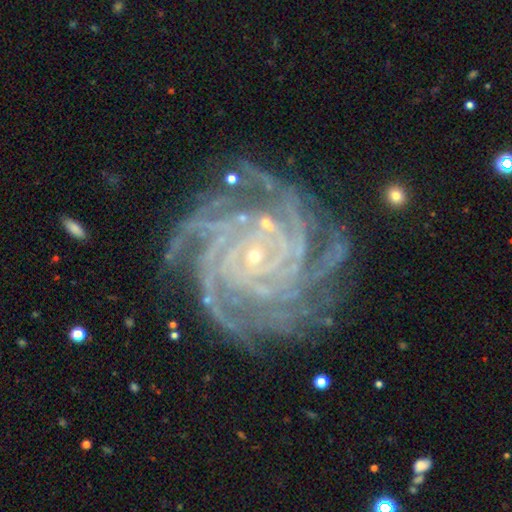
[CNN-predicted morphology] Smooth or featured: featured or disk — 92% (star or artifact — 5%)
Edge-on disk: no — 98% (yes — 2%)
Bar: no — 65% (weak — 22%)
Spiral arms: yes — 99% (no — 1%)
Spiral winding: tight — 82% (medium — 15%)
Spiral arm count: more than 4 — 36% (4 — 27%)
Bulge size: small — 88% (moderate — 8%)
Merging: none — 74% (minor disturbance — 17%)